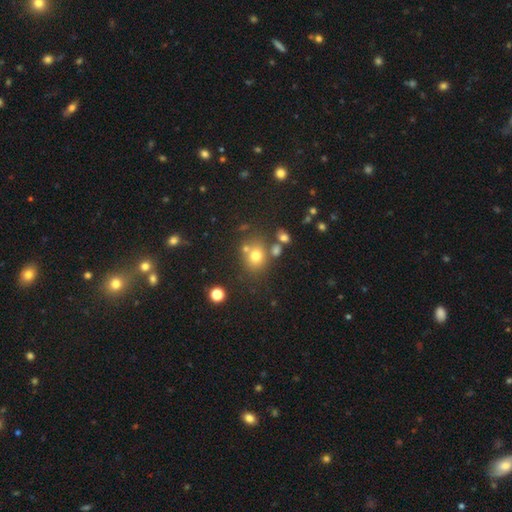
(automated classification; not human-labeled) smooth_or_featured: smooth (p=0.70) [alt: star or artifact p=0.18]
how_rounded: round (p=0.68) [alt: in between p=0.31]
merging: none (p=0.66) [alt: merger p=0.16]